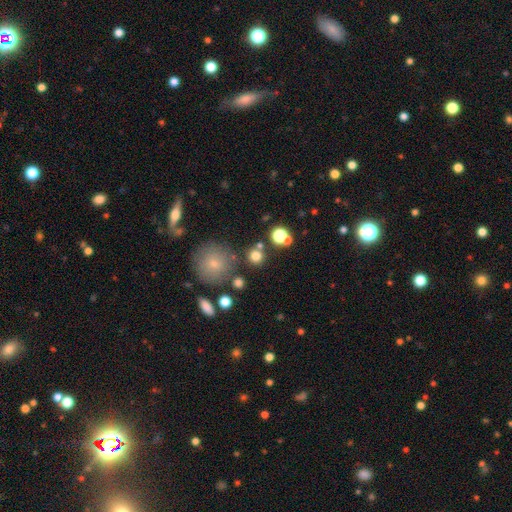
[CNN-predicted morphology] smooth-or-featured: smooth: 75% | star or artifact: 17% | featured or disk: 9%
  how-rounded: round: 91% | in between: 8% | cigar-shaped: 1%
  merging: none: 75% | merger: 13% | minor disturbance: 8% | major disturbance: 4%